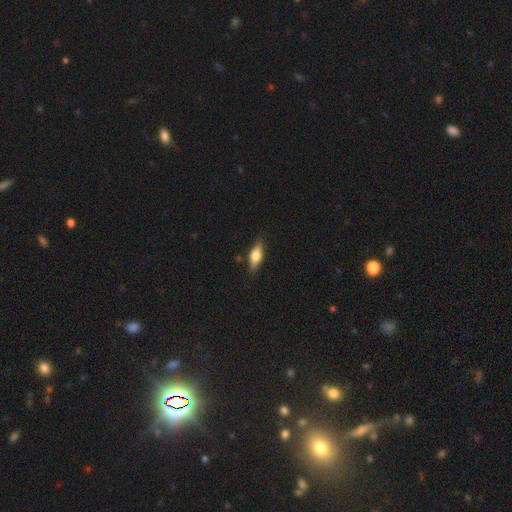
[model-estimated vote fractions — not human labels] Morphology: type=smooth (61%); roundness=in between (64%); merging=none (82%).